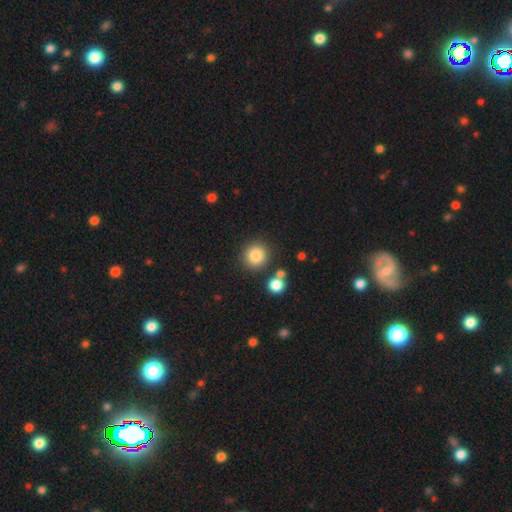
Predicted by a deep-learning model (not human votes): A smooth galaxy with no disk features (84%) that is round (92%).

Vote fractions:
- Smooth or featured? smooth: 84% / star or artifact: 11% / featured or disk: 6%
- How rounded? round: 92% / in between: 7% / cigar-shaped: 1%
- Merging? none: 84% / minor disturbance: 7% / merger: 6% / major disturbance: 3%